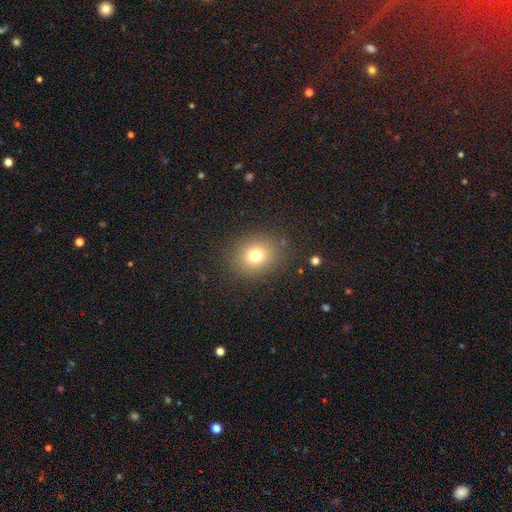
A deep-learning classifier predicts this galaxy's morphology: Smooth or featured? Predicted: smooth (p=0.75). How rounded? Predicted: round (p=0.70). Merging? Predicted: none (p=0.86).